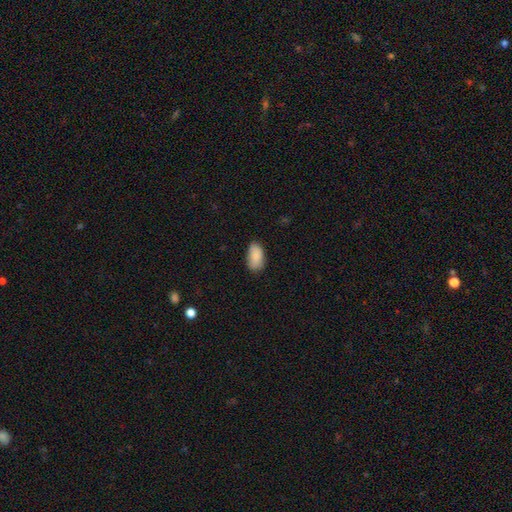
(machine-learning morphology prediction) The model was most divided on "merging": none: 77%, minor disturbance: 18%, major disturbance: 3%, merger: 1%. More confident: how rounded — in between (94%); smooth or featured — smooth (88%).